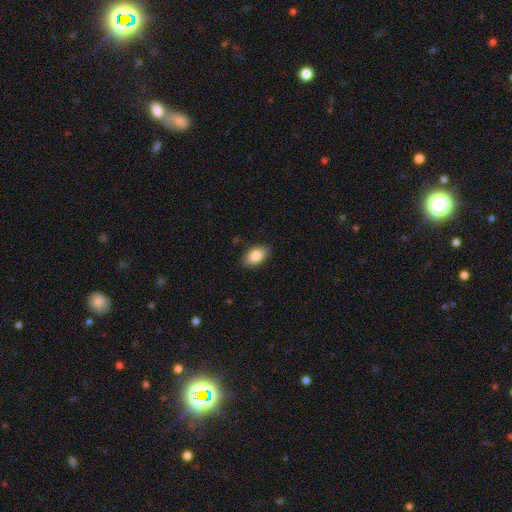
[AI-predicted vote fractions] Q: Smooth or featured?
A: smooth (86%); runner-up: featured or disk (7%)
Q: How rounded?
A: in between (93%); runner-up: round (6%)
Q: Merging?
A: none (86%); runner-up: minor disturbance (10%)